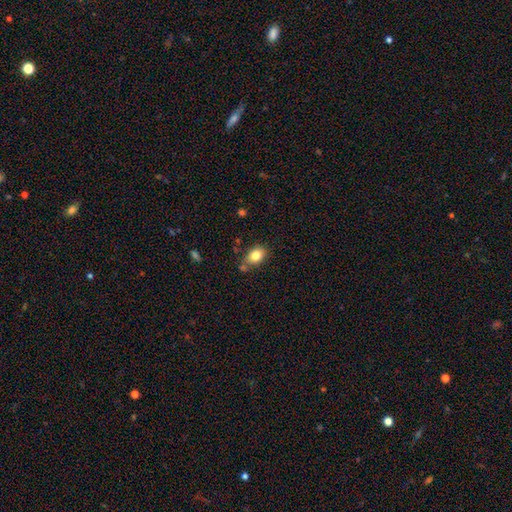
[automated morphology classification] Q: Smooth or featured?
A: smooth (82%); runner-up: featured or disk (9%)
Q: How rounded?
A: in between (80%); runner-up: round (18%)
Q: Merging?
A: none (70%); runner-up: minor disturbance (17%)